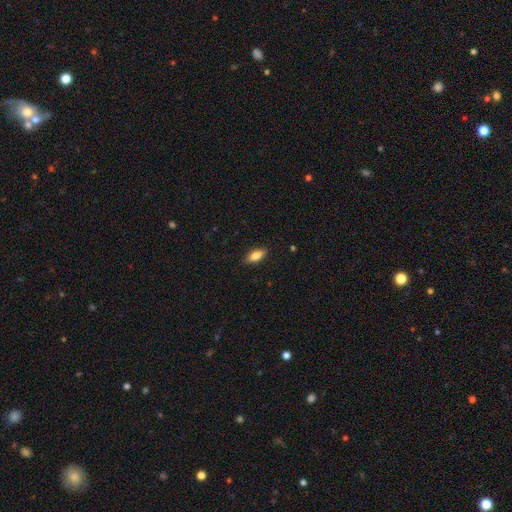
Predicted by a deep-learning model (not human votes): The model was most divided on "how rounded": in between: 77%, cigar-shaped: 20%, round: 3%. More confident: merging — none (86%); smooth or featured — smooth (75%).